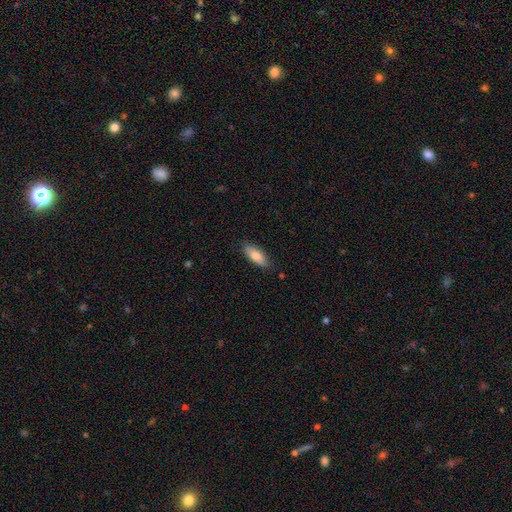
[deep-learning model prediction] Smooth or featured? smooth (81%)
How rounded? in between (70%)
Merging? none (85%)